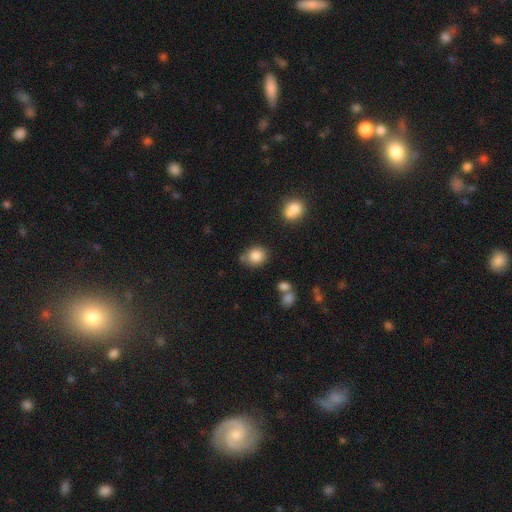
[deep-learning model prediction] The model was most divided on "how rounded": round: 70%, in between: 29%, cigar-shaped: 1%. More confident: smooth or featured — smooth (84%); merging — none (67%).